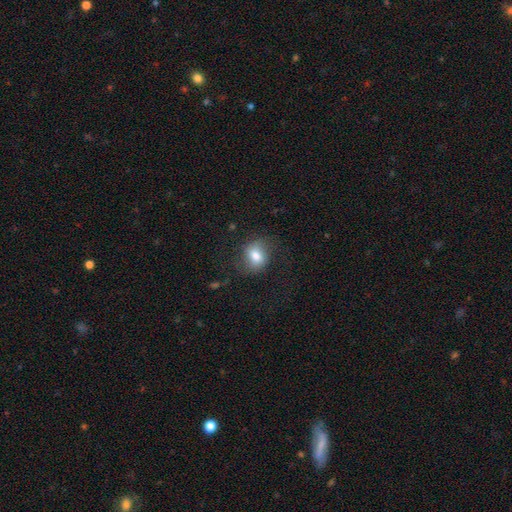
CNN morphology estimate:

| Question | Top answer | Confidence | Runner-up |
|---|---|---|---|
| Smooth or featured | smooth | 75% | featured or disk (16%) |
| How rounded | in between | 52% | round (47%) |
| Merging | none | 69% | minor disturbance (19%) |